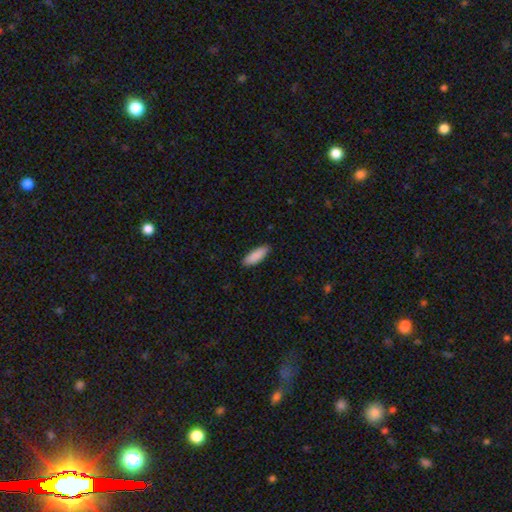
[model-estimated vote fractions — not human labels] Smooth or featured? Predicted: smooth (p=0.90). How rounded? Predicted: in between (p=0.62). Merging? Predicted: none (p=0.89).